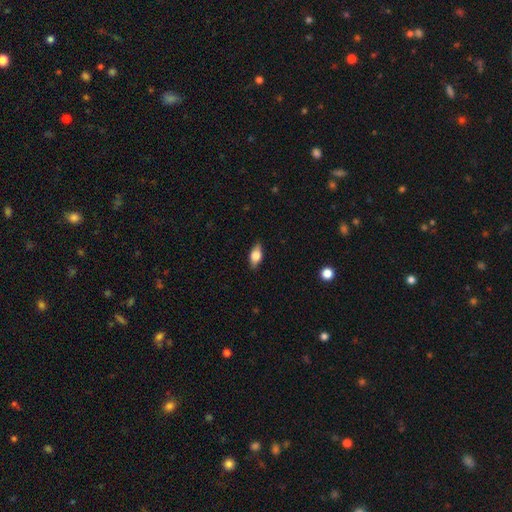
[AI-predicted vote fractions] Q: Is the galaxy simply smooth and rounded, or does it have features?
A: smooth — 71%.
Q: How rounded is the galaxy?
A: in between — 85%.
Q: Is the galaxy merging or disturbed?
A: none — 84%.